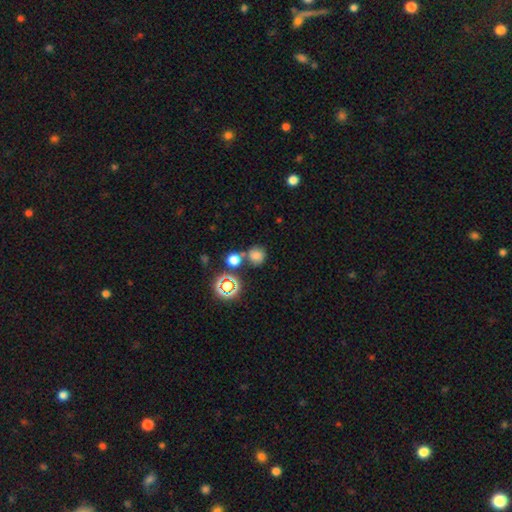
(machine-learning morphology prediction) This appears to be a smooth galaxy with no disk features (73%) that is round (85%). Merging: none (58%).